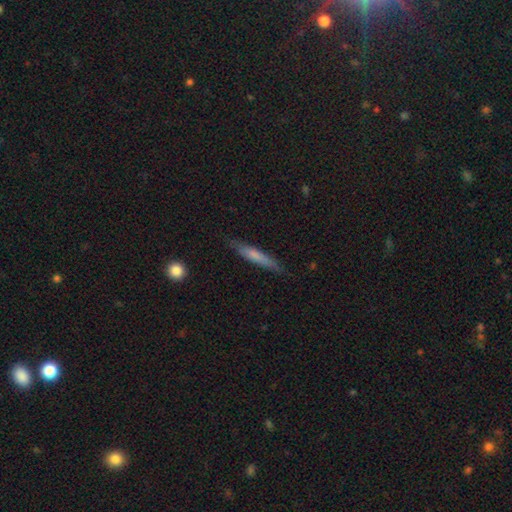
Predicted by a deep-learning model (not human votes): Smooth or featured? Predicted: smooth (p=0.65). How rounded? Predicted: cigar-shaped (p=0.92). Merging? Predicted: none (p=0.84).